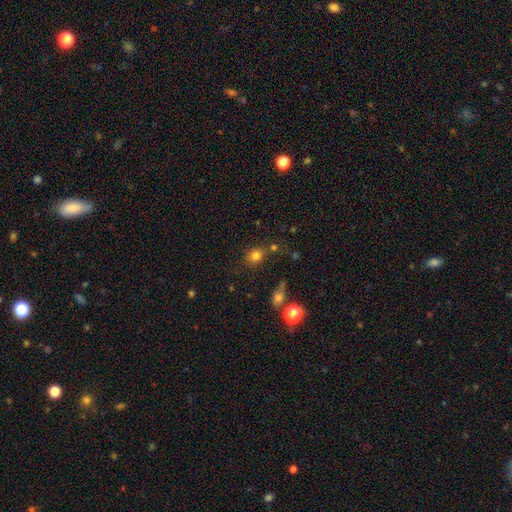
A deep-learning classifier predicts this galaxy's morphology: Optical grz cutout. It shows a smooth galaxy with no disk features (79%) that is round (71%). Merging: none (72%).